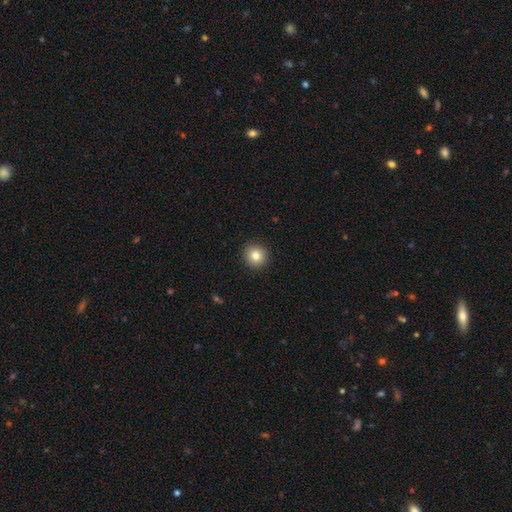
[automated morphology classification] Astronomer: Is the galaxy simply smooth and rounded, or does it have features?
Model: smooth — 82%.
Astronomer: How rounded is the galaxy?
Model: round — 93%.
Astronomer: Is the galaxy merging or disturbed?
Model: none — 92%.